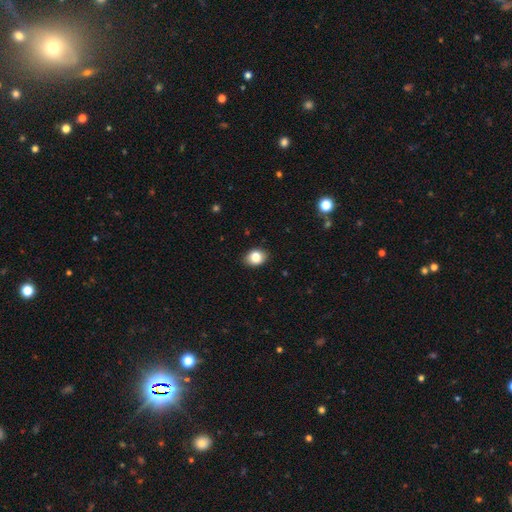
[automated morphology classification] A smooth galaxy with no disk features (84%) that is in between round and cigar-shaped (63%).

Vote fractions:
- Smooth or featured? smooth: 84% / star or artifact: 9% / featured or disk: 7%
- How rounded? in between: 63% / round: 36% / cigar-shaped: 1%
- Merging? none: 87% / minor disturbance: 10% / major disturbance: 2% / merger: 1%